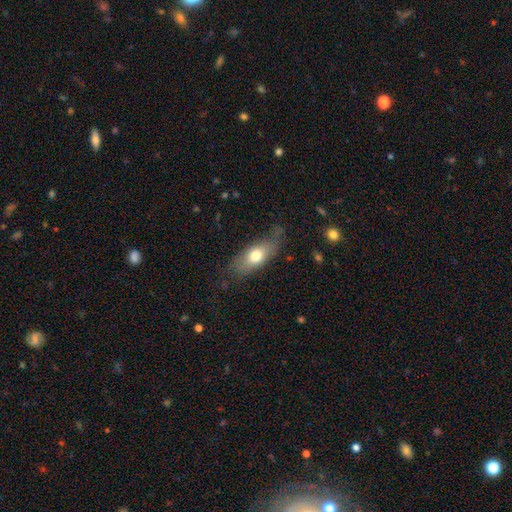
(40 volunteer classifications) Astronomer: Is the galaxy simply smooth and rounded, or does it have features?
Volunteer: smooth — 72%.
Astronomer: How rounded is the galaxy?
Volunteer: in between — 69%.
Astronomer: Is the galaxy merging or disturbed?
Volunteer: none — 54%.